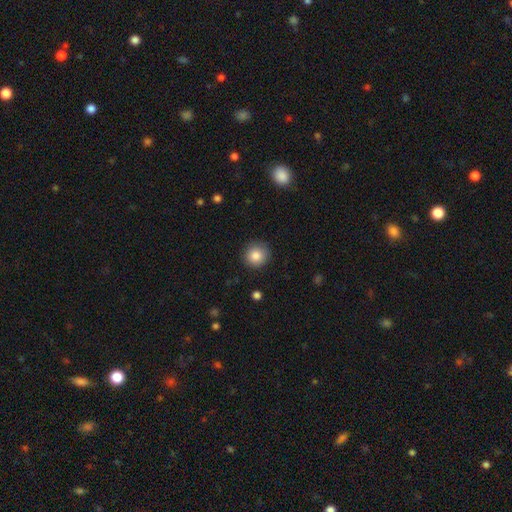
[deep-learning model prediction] Morphology: type=smooth (85%); roundness=round (93%); merging=none (88%).